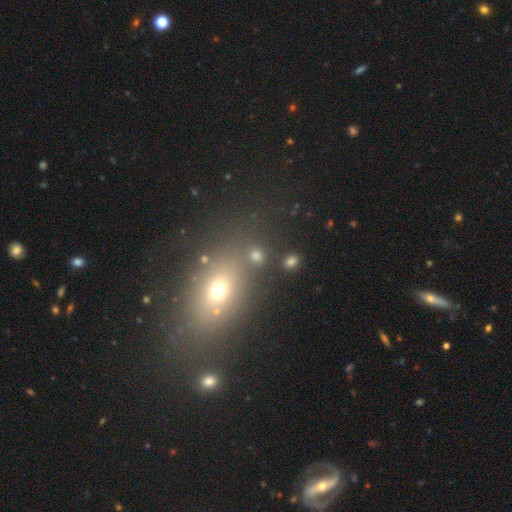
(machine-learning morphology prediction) Smooth or featured?
  - smooth: 64% *
  - star or artifact: 24%
  - featured or disk: 12%
How rounded?
  - round: 55% *
  - in between: 41%
  - cigar-shaped: 4%
Merging?
  - none: 73% *
  - merger: 13%
  - minor disturbance: 10%
  - major disturbance: 5%